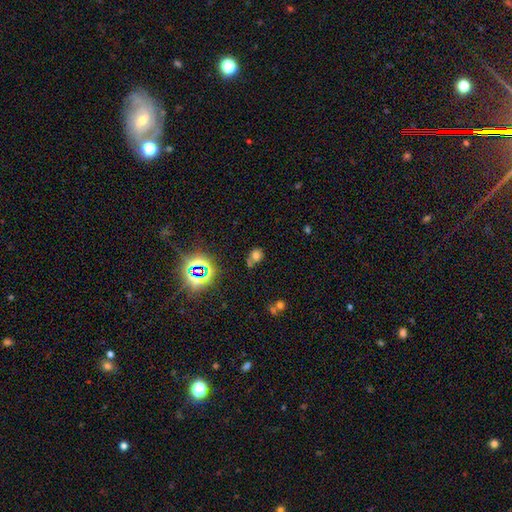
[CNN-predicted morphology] This appears to be a smooth galaxy with no disk features (61%) that is round (63%). Merging: none (51%).